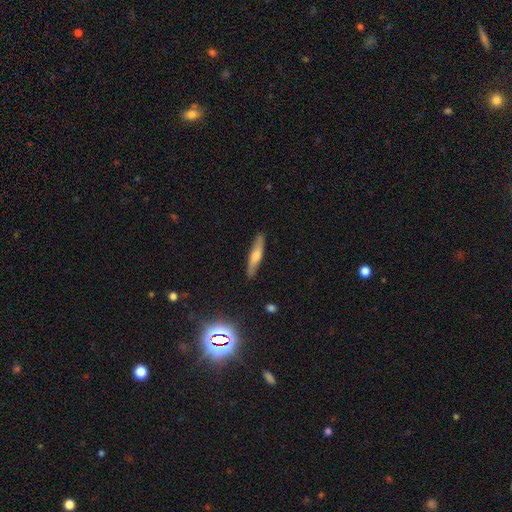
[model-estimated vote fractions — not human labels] Smooth or featured?
  - featured or disk: 46% *
  - smooth: 43%
  - star or artifact: 11%
Merging?
  - none: 87% *
  - minor disturbance: 10%
  - major disturbance: 2%
  - merger: 1%